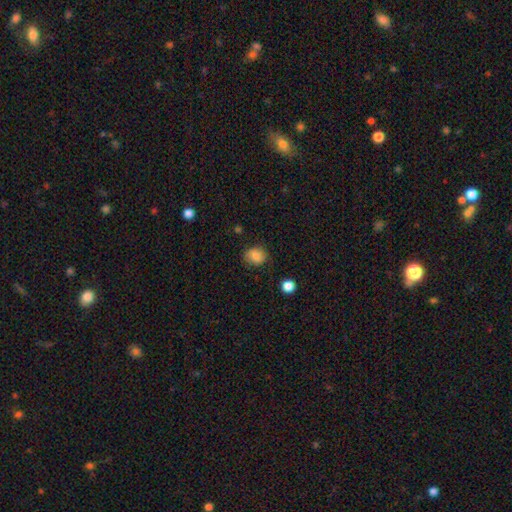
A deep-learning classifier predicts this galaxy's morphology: smooth_or_featured: smooth (p=0.82) [alt: star or artifact p=0.10]
how_rounded: round (p=0.65) [alt: in between p=0.34]
merging: none (p=0.76) [alt: minor disturbance p=0.18]